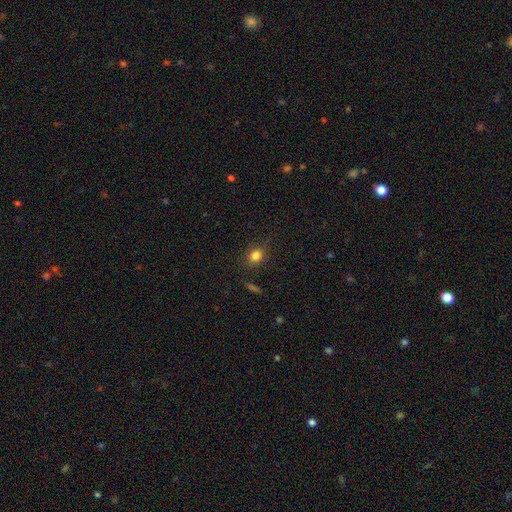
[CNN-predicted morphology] Overall: smooth (81%). How rounded: round (61%; in between 37%). Merging: none (84%).